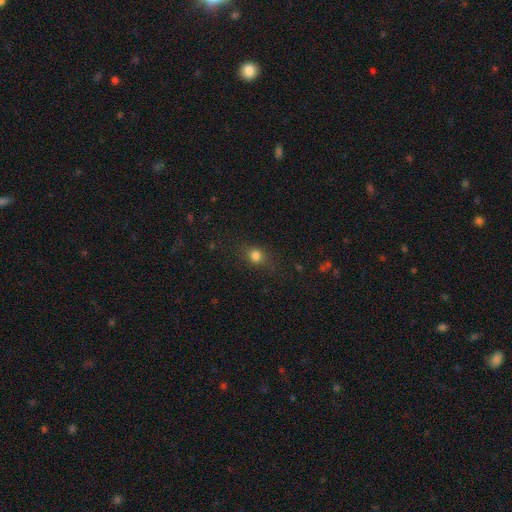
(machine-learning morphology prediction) The model was most divided on "how rounded": round: 65%, in between: 32%, cigar-shaped: 2%. More confident: merging — none (79%); smooth or featured — smooth (78%).